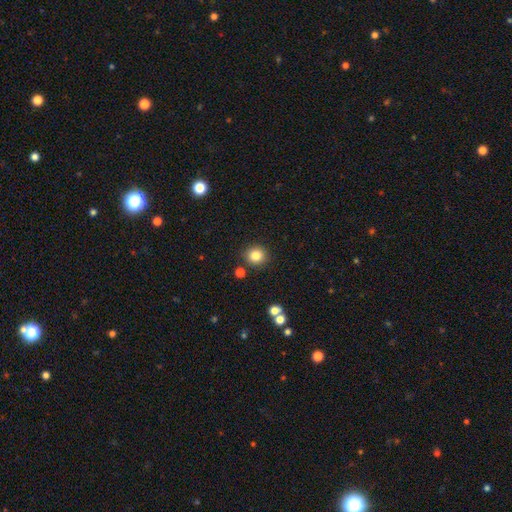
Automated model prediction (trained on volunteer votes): Smooth or featured? smooth (83%)
How rounded? round (90%)
Merging? none (87%)